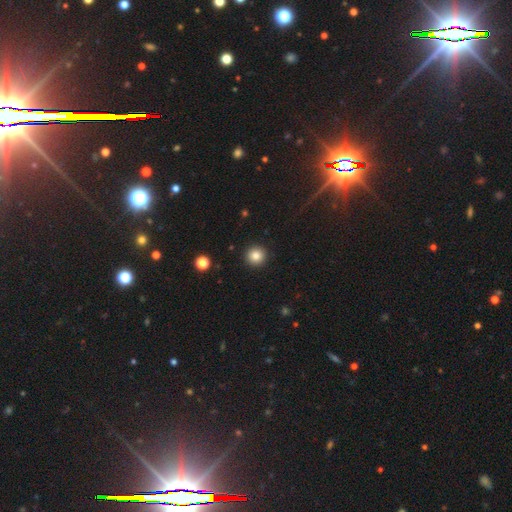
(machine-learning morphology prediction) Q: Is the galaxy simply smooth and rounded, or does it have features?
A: smooth — 84%.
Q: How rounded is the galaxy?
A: round — 95%.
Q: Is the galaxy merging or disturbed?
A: none — 93%.